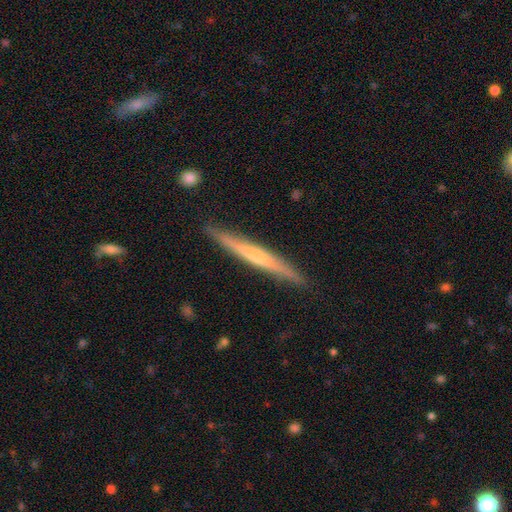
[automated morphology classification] This is possibly a featured or disk galaxy (60%). It is clearly viewed edge-on (96%). Edge-on bulge: possibly none (53%). Merging: clearly none (88%).